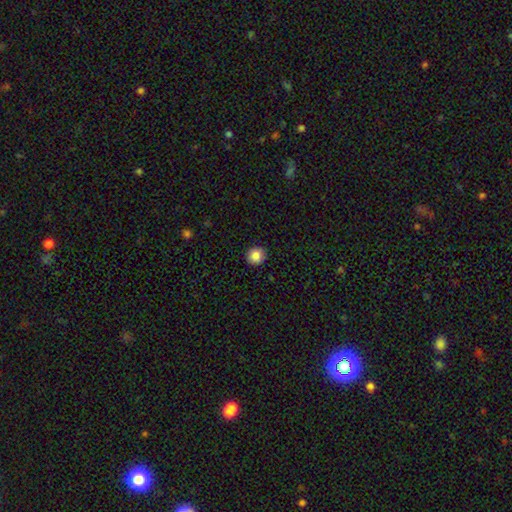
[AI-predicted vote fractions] This appears to be a smooth galaxy with no disk features (87%) that is round (92%). Merging: none (92%).